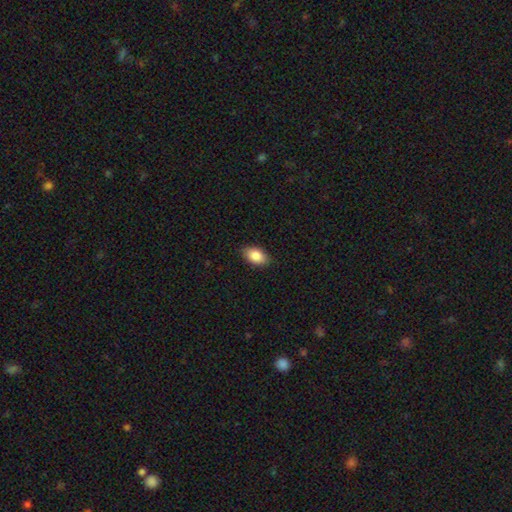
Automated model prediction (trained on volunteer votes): Smooth or featured?
  - smooth: 87% *
  - star or artifact: 7%
  - featured or disk: 6%
How rounded?
  - in between: 92% *
  - round: 6%
  - cigar-shaped: 2%
Merging?
  - none: 88% *
  - minor disturbance: 9%
  - major disturbance: 2%
  - merger: 1%